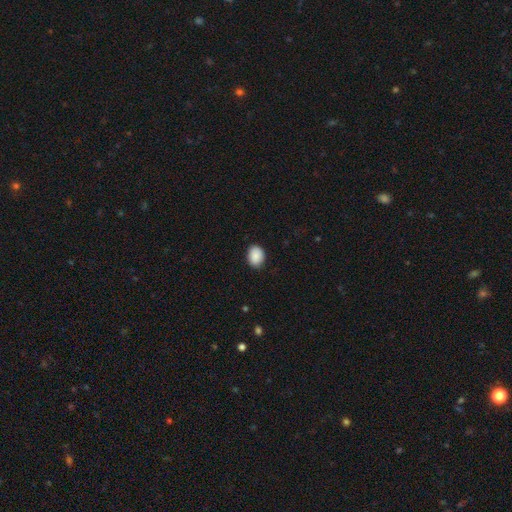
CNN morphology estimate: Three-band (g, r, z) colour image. It shows a smooth galaxy with no disk features (89%) that is in between round and cigar-shaped (69%). Merging: none (86%).